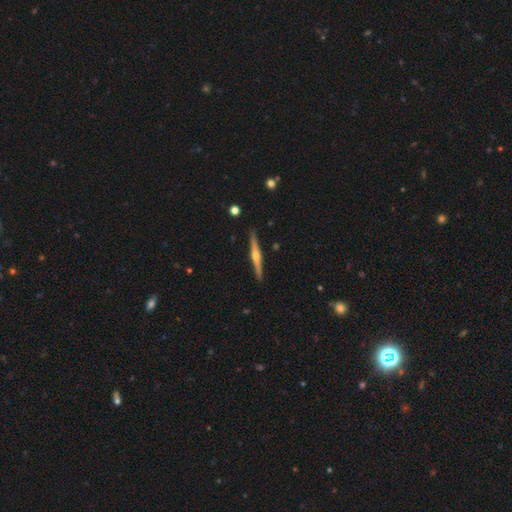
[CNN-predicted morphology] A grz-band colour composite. It shows a featured or disk galaxy (76%) viewed edge-on (98%) with a rounded central bulge (90%). Merging: none (91%).